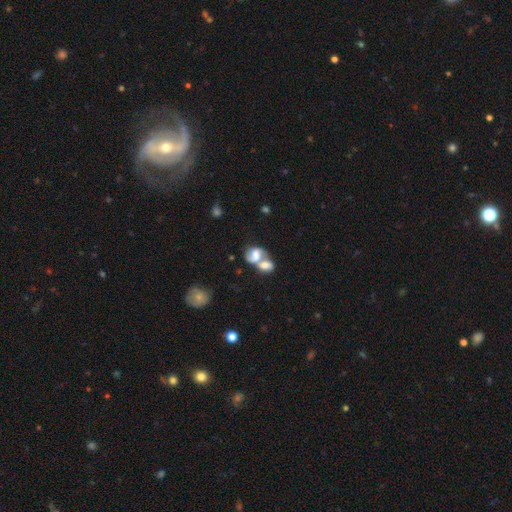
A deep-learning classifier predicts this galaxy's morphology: This appears to be a smooth galaxy with no disk features (52%) that is in between round and cigar-shaped (71%). Merging: merger (74%).